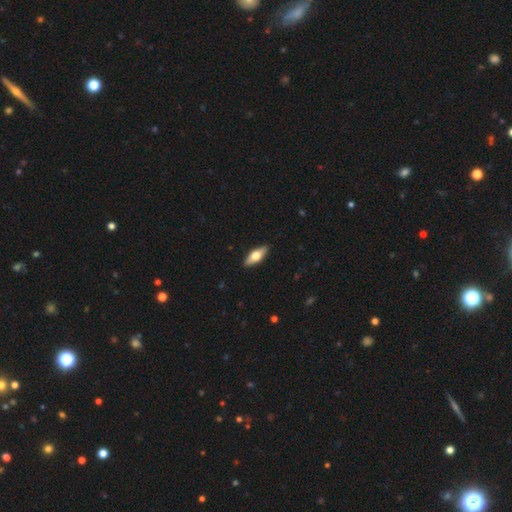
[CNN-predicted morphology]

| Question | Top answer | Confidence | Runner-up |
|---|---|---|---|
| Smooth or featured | smooth | 55% | featured or disk (40%) |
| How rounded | in between | 65% | cigar-shaped (32%) |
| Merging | none | 90% | minor disturbance (7%) |